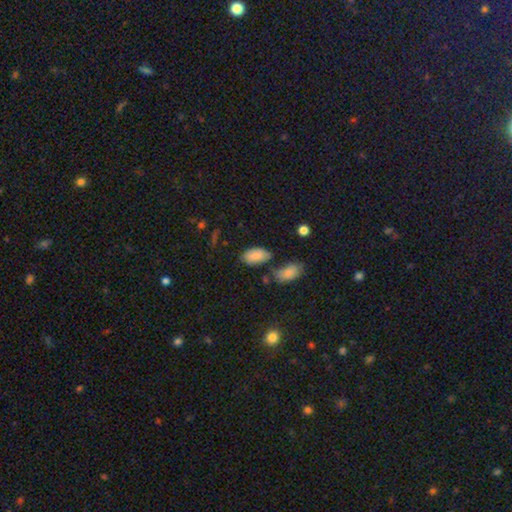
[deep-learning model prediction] A smooth galaxy with no disk features (82%) that is in between round and cigar-shaped (94%). Merging: none (62%).